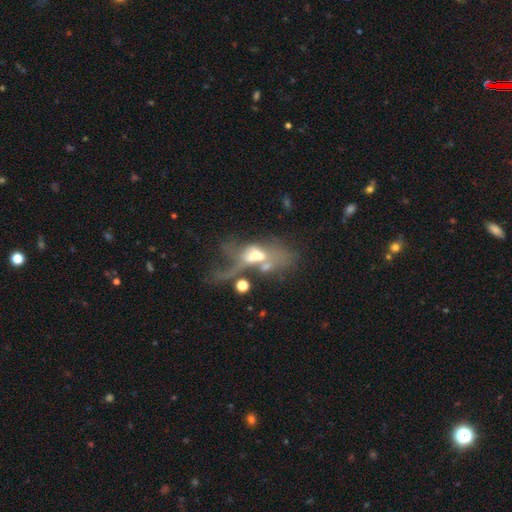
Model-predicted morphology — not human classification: smooth_or_featured: featured or disk (p=0.54) [alt: smooth p=0.32]
disk_edge_on: no (p=0.91) [alt: yes p=0.09]
merging: merger (p=0.43) [alt: major disturbance p=0.38]